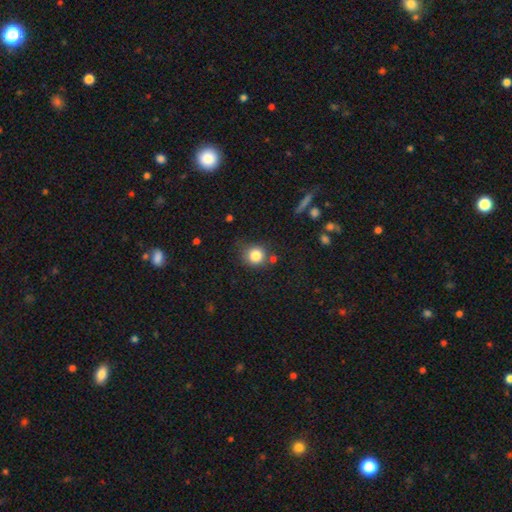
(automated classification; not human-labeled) Smooth or featured: smooth — 83% (star or artifact — 11%)
How rounded: round — 89% (in between — 10%)
Merging: none — 72% (minor disturbance — 16%)